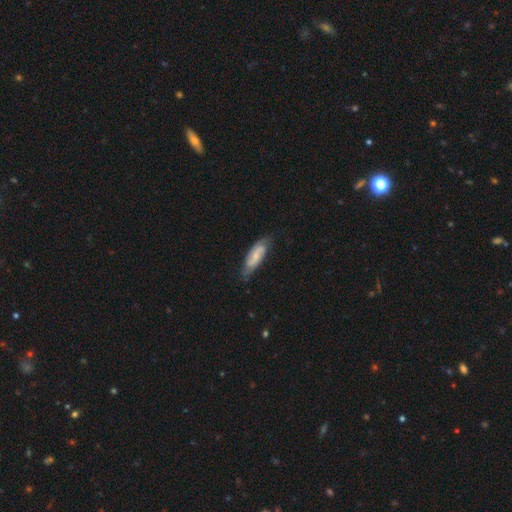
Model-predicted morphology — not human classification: Q: Smooth or featured?
A: featured or disk (63%); runner-up: smooth (31%)
Q: Edge-on disk?
A: no (89%); runner-up: yes (11%)
Q: Bar?
A: weak (47%); runner-up: no (34%)
Q: Spiral arms?
A: yes (91%); runner-up: no (9%)
Q: Spiral winding?
A: medium (43%); runner-up: loose (30%)
Q: Spiral arm count?
A: 2 (84%); runner-up: can't tell (10%)
Q: Bulge size?
A: small (56%); runner-up: moderate (26%)
Q: Merging?
A: none (72%); runner-up: minor disturbance (21%)